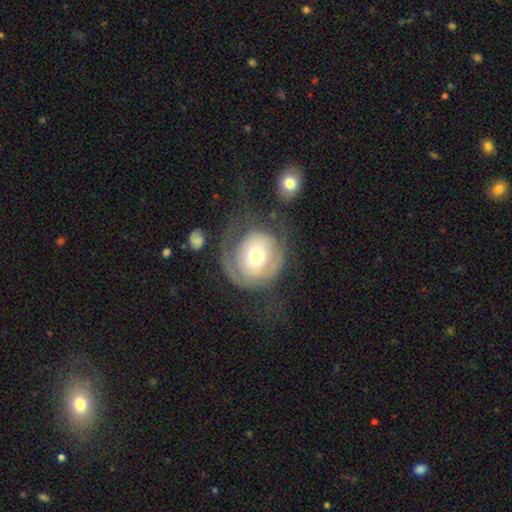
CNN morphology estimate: smooth_or_featured: featured or disk (p=0.55) [alt: smooth p=0.39]
disk_edge_on: no (p=0.97) [alt: yes p=0.03]
bar: no (p=0.79) [alt: weak p=0.16]
has_spiral_arms: yes (p=0.63) [alt: no p=0.37]
bulge_size: moderate (p=0.64) [alt: small p=0.18]
merging: none (p=0.42) [alt: major disturbance p=0.35]